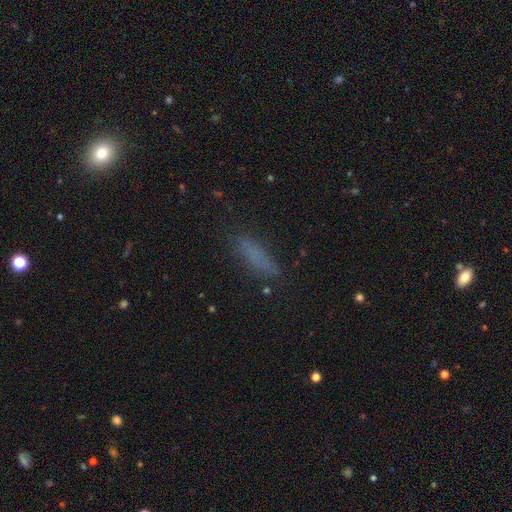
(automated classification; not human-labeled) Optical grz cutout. It shows a smooth galaxy with no disk features (73%) that is cigar-shaped (70%). Merging: none (77%).